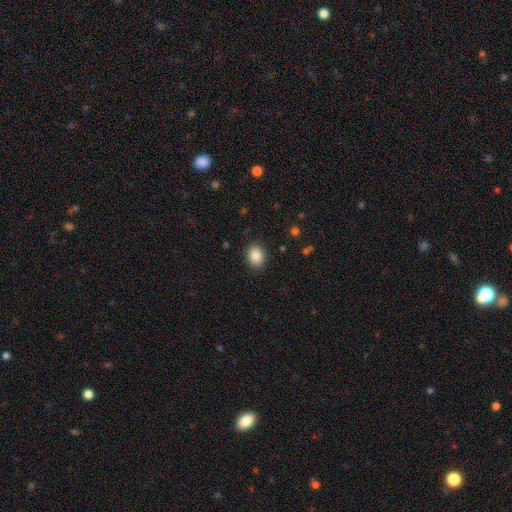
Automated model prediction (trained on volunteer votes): Morphology: type=smooth (88%); roundness=in between (50%); merging=none (88%).